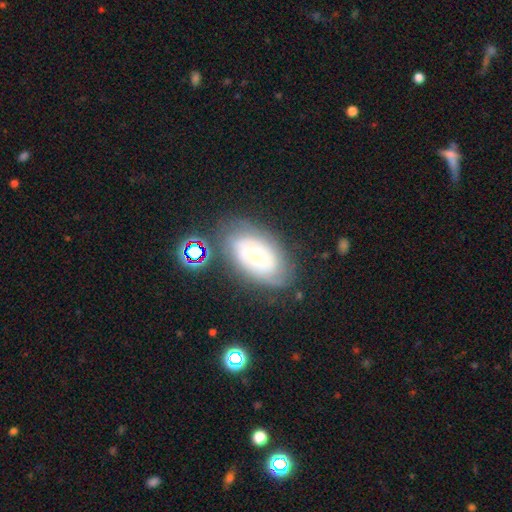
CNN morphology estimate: Q: Smooth or featured?
A: featured or disk (68%); runner-up: smooth (23%)
Q: Edge-on disk?
A: no (94%); runner-up: yes (6%)
Q: Bar?
A: no (52%); runner-up: weak (37%)
Q: Spiral arms?
A: yes (86%); runner-up: no (14%)
Q: Spiral winding?
A: tight (68%); runner-up: medium (25%)
Q: Spiral arm count?
A: can't tell (50%); runner-up: 2 (27%)
Q: Bulge size?
A: small (53%); runner-up: moderate (37%)
Q: Merging?
A: none (69%); runner-up: minor disturbance (19%)